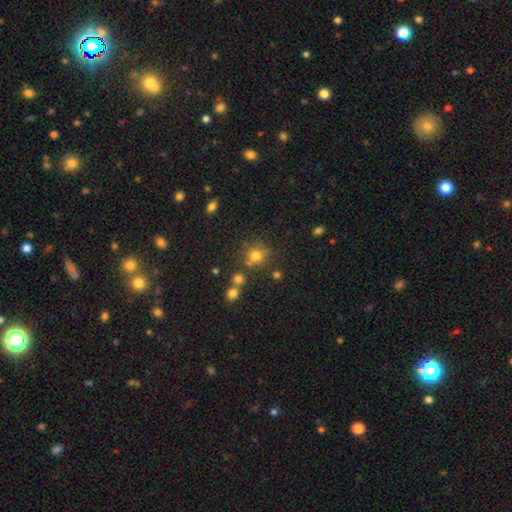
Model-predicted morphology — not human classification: Smooth or featured? smooth (74%)
How rounded? round (86%)
Merging? none (68%)